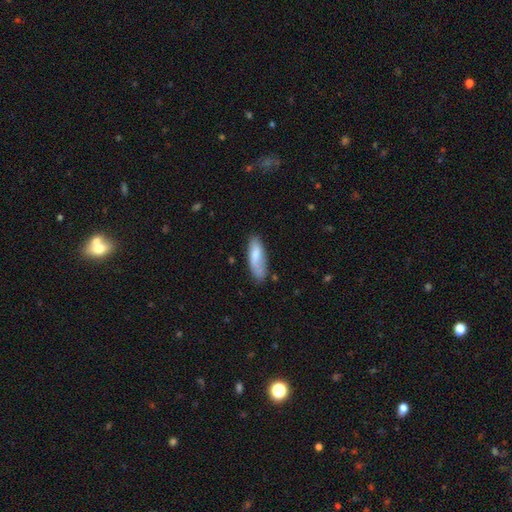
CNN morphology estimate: smooth 73%, featured or disk 21%, star or artifact 6%. Down the decision tree: how rounded — in between (69%); merging — none (61%).